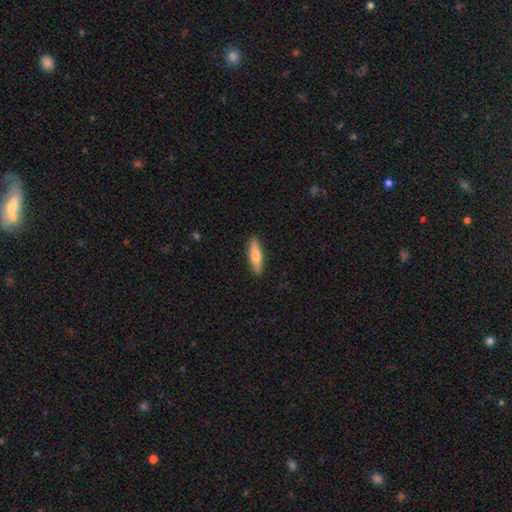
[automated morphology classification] Overall: smooth (64%; featured or disk 31%). How rounded: cigar-shaped (66%; in between 32%). Merging: none (90%).